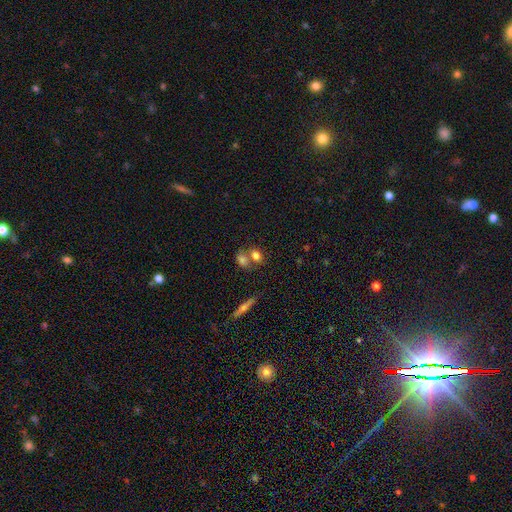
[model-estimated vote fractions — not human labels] Smooth or featured: smooth — 74% (featured or disk — 14%)
How rounded: in between — 65% (round — 31%)
Merging: merger — 47% (none — 39%)